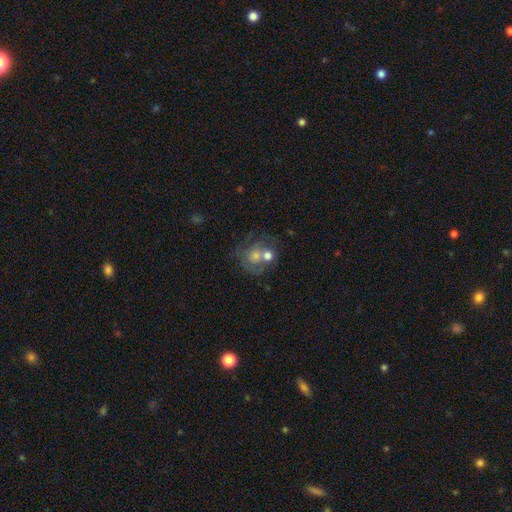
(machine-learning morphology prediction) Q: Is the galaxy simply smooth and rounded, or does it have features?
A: featured or disk — 50%.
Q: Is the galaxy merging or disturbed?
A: none — 42%.